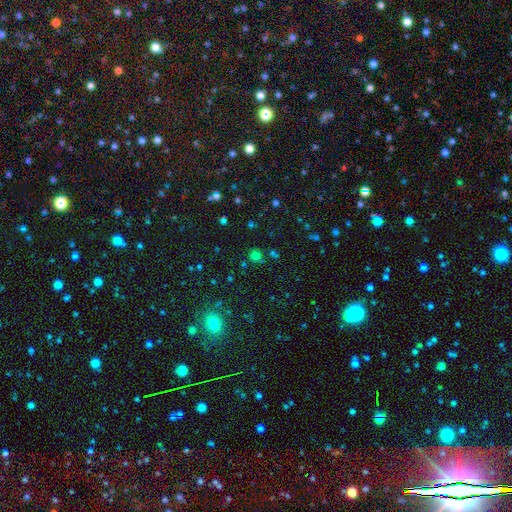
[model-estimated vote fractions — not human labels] Morphology: type=smooth (65%); roundness=round (89%); merging=none (82%).